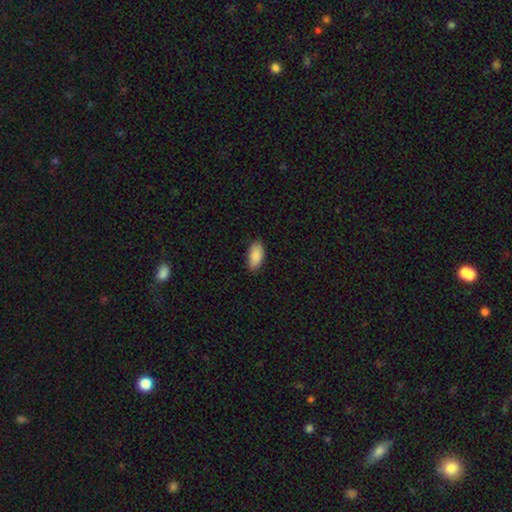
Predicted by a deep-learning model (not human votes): Smooth or featured? smooth (89%)
How rounded? in between (92%)
Merging? none (85%)